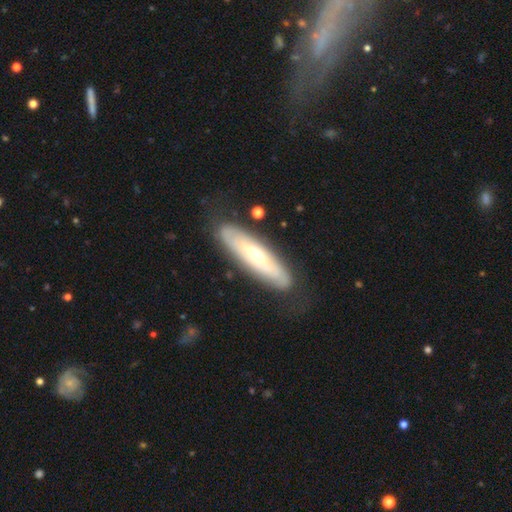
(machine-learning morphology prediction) smooth_or_featured: featured or disk (p=0.58) [alt: smooth p=0.37]
disk_edge_on: no (p=0.58) [alt: yes p=0.42]
merging: none (p=0.79) [alt: minor disturbance p=0.15]